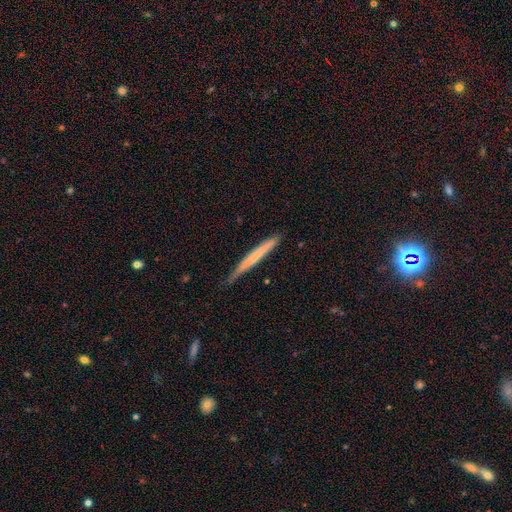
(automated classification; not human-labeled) This appears to be a smooth galaxy with no disk features (55%) that is cigar-shaped (97%). Merging: none (81%).